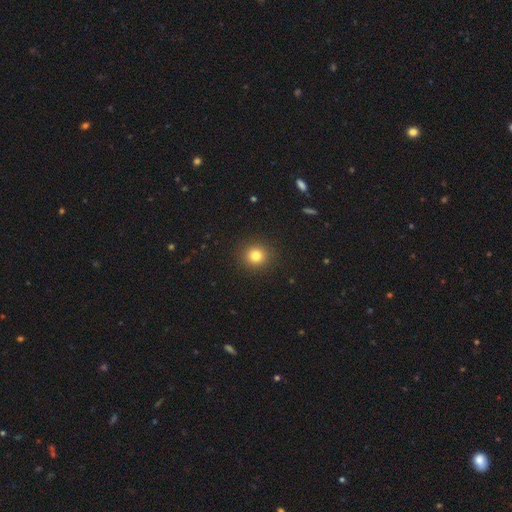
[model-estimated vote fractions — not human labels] Overall: smooth (80%). How rounded: round (92%). Merging: none (92%).